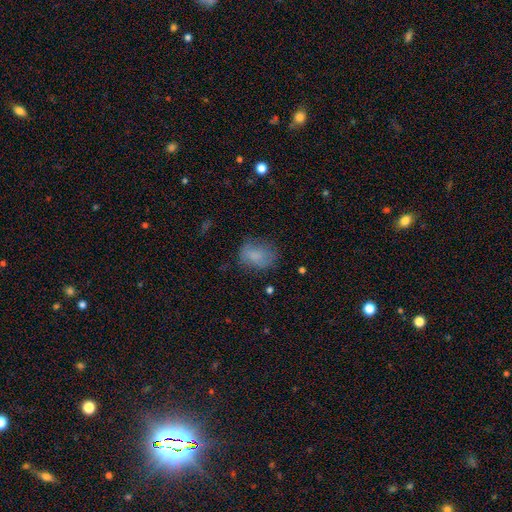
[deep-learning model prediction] Morphology: type=smooth (76%); roundness=in between (65%); merging=none (59%).